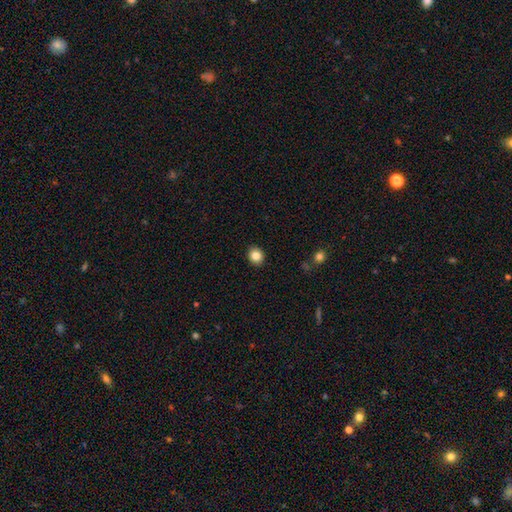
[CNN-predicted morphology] smooth-or-featured: smooth: 85% | star or artifact: 10% | featured or disk: 6%
  how-rounded: round: 70% | in between: 30% | cigar-shaped: 1%
  merging: none: 91% | minor disturbance: 7% | major disturbance: 2% | merger: 1%